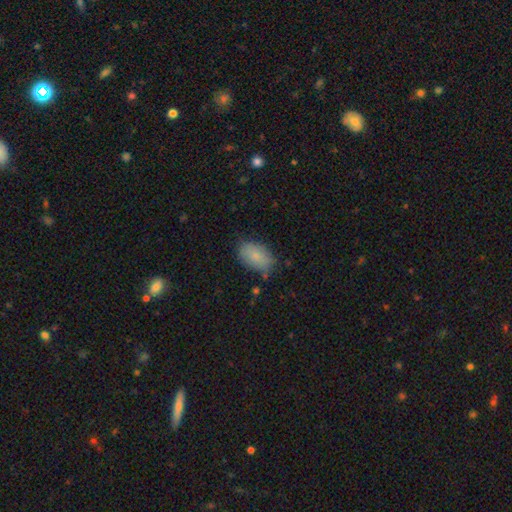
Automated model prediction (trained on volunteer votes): Smooth or featured: smooth — 81% (featured or disk — 12%)
How rounded: in between — 91% (round — 8%)
Merging: none — 71% (minor disturbance — 22%)